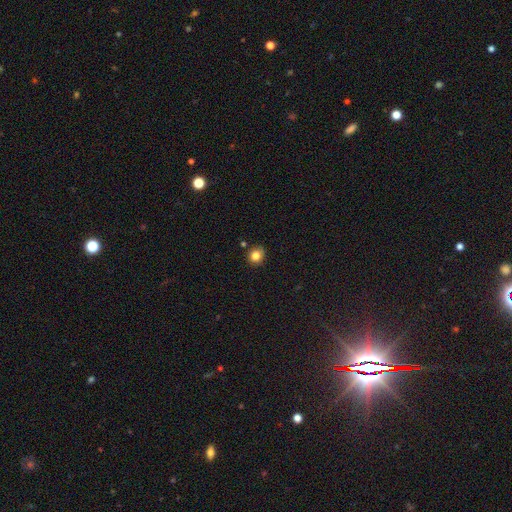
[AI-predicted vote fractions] Smooth or featured? Predicted: smooth (p=0.81). How rounded? Predicted: round (p=0.83). Merging? Predicted: none (p=0.84).